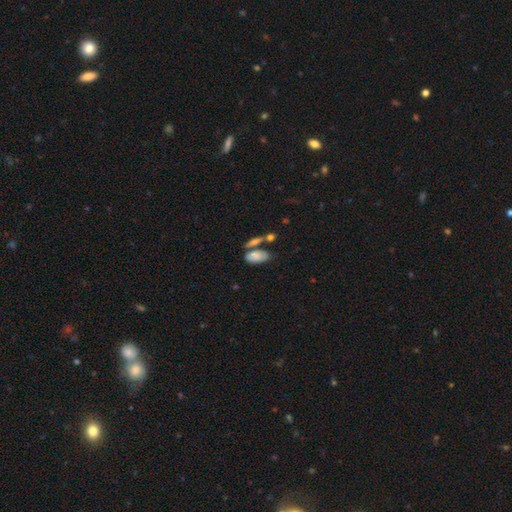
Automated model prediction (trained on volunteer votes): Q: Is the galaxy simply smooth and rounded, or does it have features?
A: smooth — 81%.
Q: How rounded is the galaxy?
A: in between — 91%.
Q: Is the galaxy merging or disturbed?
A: none — 46%.